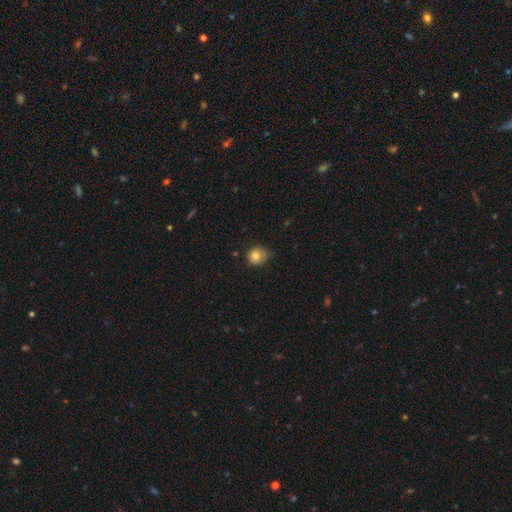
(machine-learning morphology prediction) type=smooth (81%); roundness=round (75%); merging=none (53%).